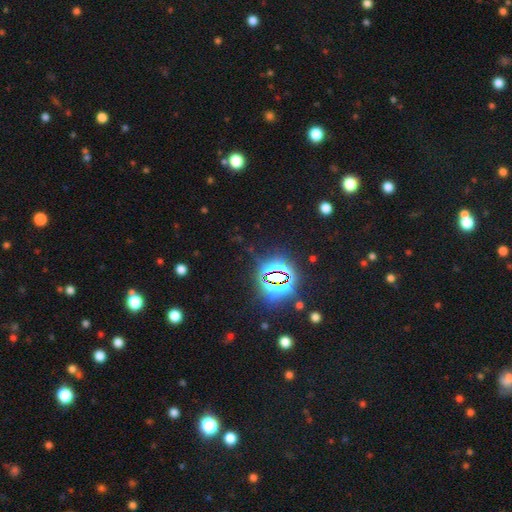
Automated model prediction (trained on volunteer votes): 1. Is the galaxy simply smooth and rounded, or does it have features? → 81% star or artifact, 12% smooth, 8% featured or disk.